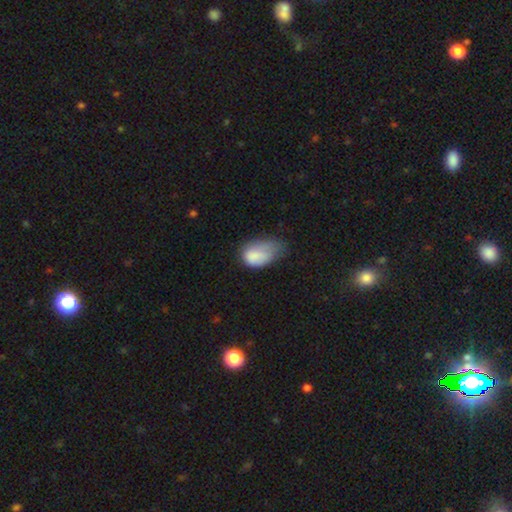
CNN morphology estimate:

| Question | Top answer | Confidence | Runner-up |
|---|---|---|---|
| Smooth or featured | smooth | 77% | featured or disk (15%) |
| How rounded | in between | 87% | round (12%) |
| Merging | minor disturbance | 40% | major disturbance (39%) |